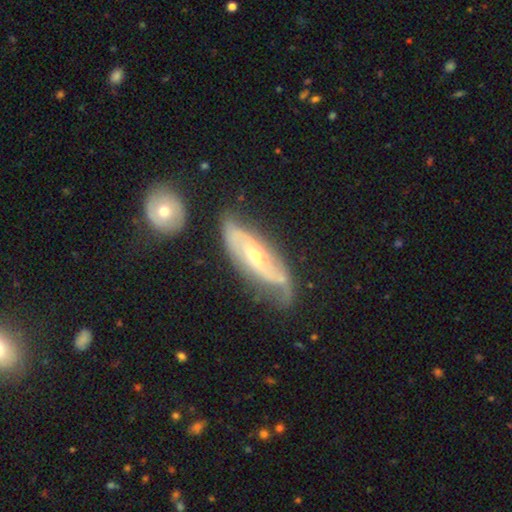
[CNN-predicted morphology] smooth-or-featured: featured or disk: 78% | smooth: 16% | star or artifact: 6%
  disk-edge-on: no: 82% | yes: 18%
    bar: no: 53% | weak: 33% | strong: 14%
    has-spiral-arms: yes: 87% | no: 13%
      spiral-winding: loose: 38% | medium: 37% | tight: 25%
      spiral-arm-count: 2: 72% | can't tell: 17% | 1: 6% | 3: 2% | 4: 1% | more than 4: 1%
    bulge-size: moderate: 52% | small: 44% | large: 2% | none: 1% | dominant: 1%
  merging: none: 57% | minor disturbance: 26% | major disturbance: 11% | merger: 6%